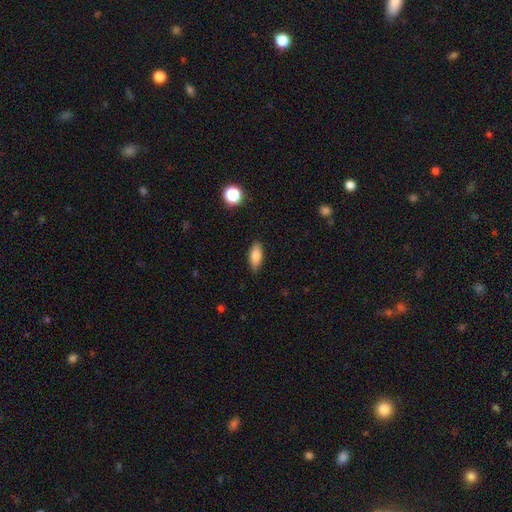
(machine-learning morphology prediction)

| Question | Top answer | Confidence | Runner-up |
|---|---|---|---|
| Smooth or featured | smooth | 84% | featured or disk (8%) |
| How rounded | in between | 81% | cigar-shaped (16%) |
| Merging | none | 87% | minor disturbance (10%) |